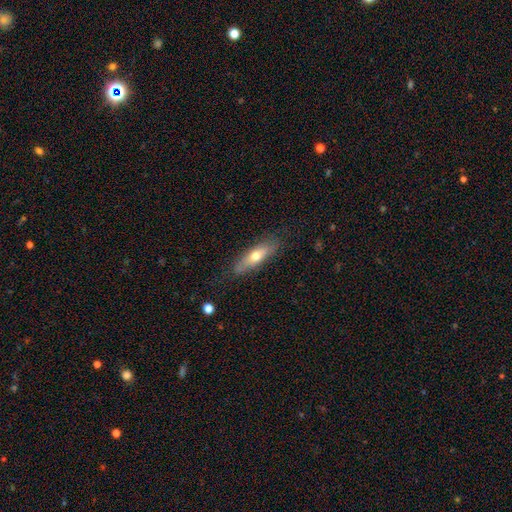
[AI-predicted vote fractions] The model was most divided on "how rounded": cigar-shaped: 55%, in between: 43%, round: 2%. More confident: merging — none (80%); smooth or featured — smooth (60%).